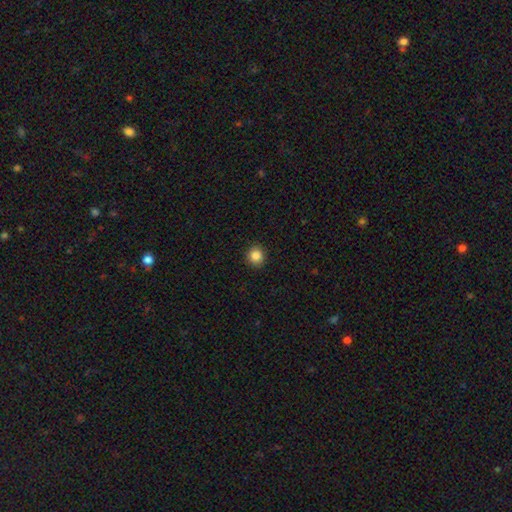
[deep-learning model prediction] A smooth galaxy with no disk features (86%) that is round (91%).

Vote fractions:
- Smooth or featured? smooth: 86% / star or artifact: 10% / featured or disk: 4%
- How rounded? round: 91% / in between: 8% / cigar-shaped: 1%
- Merging? none: 92% / minor disturbance: 5% / major disturbance: 2% / merger: 1%